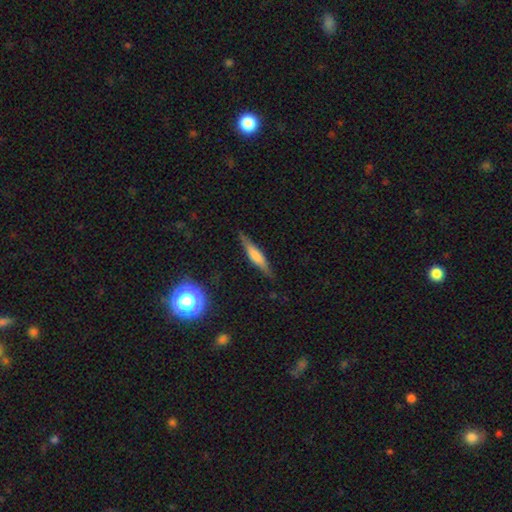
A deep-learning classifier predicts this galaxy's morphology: type=smooth (46%, tied with featured or disk); merging=none (83%).